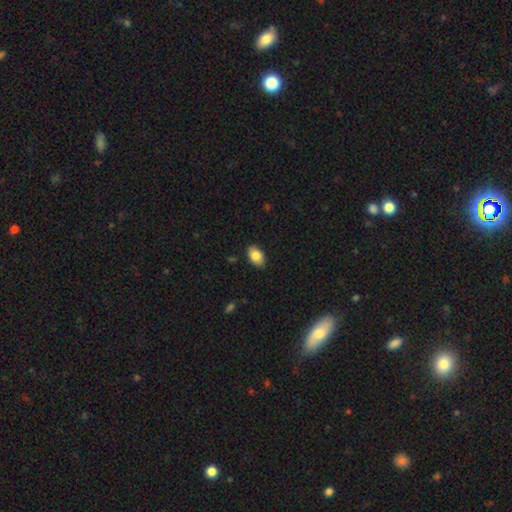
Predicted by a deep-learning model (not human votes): This appears to be a smooth galaxy with no disk features (83%) that is in between round and cigar-shaped (91%). Merging: none (86%).